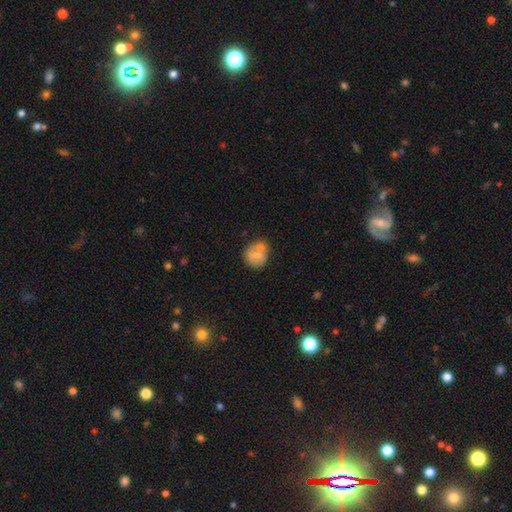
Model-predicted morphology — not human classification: The model was most divided on "merging": none: 50%, merger: 26%, minor disturbance: 18%, major disturbance: 7%. More confident: how rounded — round (77%); smooth or featured — smooth (68%).